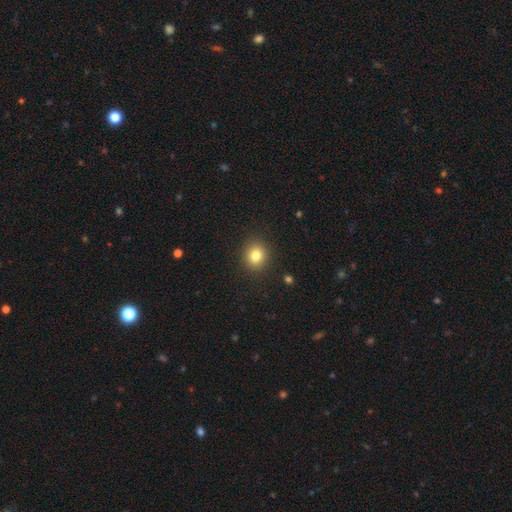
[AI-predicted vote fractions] Overall: smooth (81%). How rounded: round (80%). Merging: none (90%).